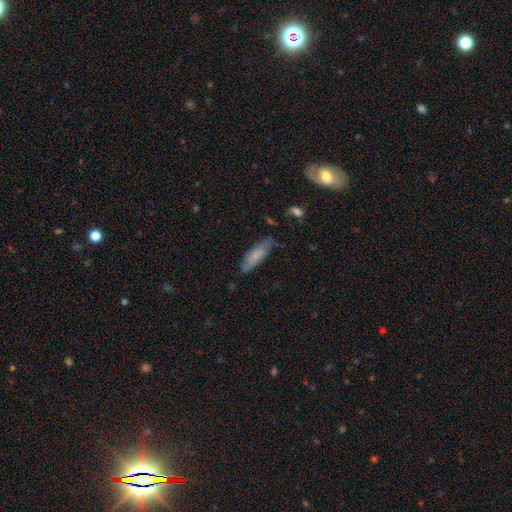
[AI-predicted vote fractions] A smooth galaxy with no disk features (67%) that is cigar-shaped (50%).

Vote fractions:
- Smooth or featured? smooth: 67% / featured or disk: 26% / star or artifact: 7%
- How rounded? cigar-shaped: 50% / in between: 48% / round: 2%
- Merging? none: 68% / minor disturbance: 24% / major disturbance: 5% / merger: 2%